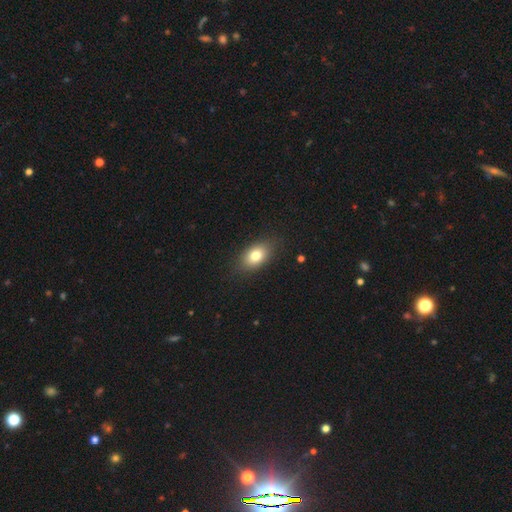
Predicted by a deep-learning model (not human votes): smooth-or-featured: smooth: 78% | featured or disk: 13% | star or artifact: 9%
  how-rounded: in between: 84% | round: 13% | cigar-shaped: 3%
  merging: none: 84% | minor disturbance: 12% | major disturbance: 3% | merger: 1%